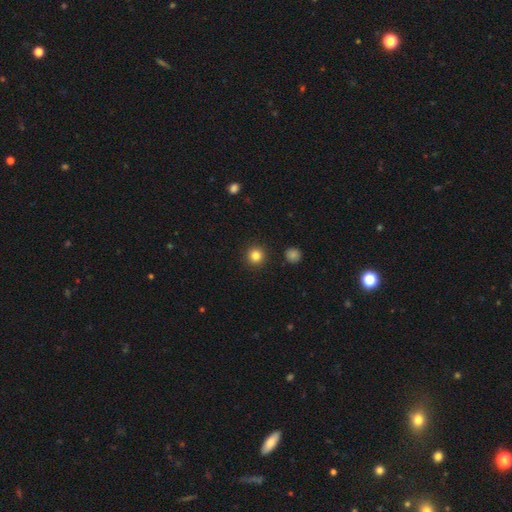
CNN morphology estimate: A smooth galaxy with no disk features (83%) that is round (95%). Merging: none (92%).